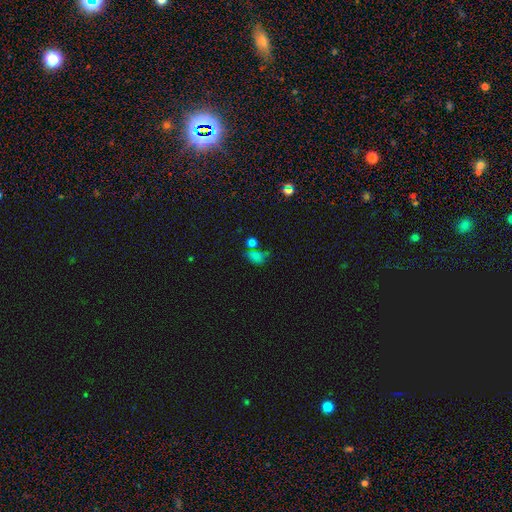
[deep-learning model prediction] A smooth galaxy with no disk features (68%) that is in between round and cigar-shaped (59%).

Vote fractions:
- Smooth or featured? smooth: 68% / star or artifact: 23% / featured or disk: 9%
- How rounded? in between: 59% / round: 38% / cigar-shaped: 2%
- Merging? none: 40% / merger: 26% / minor disturbance: 20% / major disturbance: 14%